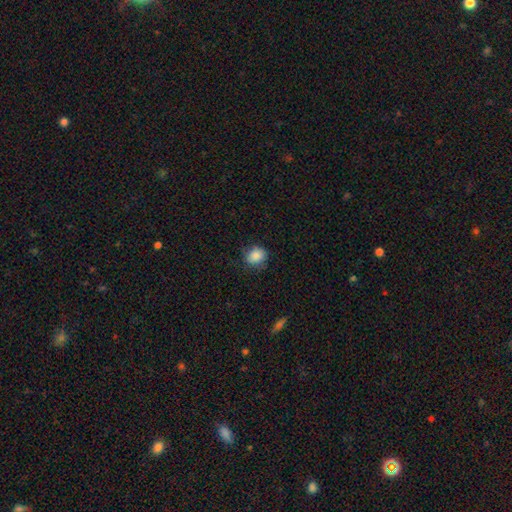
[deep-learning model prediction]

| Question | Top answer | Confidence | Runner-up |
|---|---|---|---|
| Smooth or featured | smooth | 87% | star or artifact (9%) |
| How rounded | round | 69% | in between (30%) |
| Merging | none | 74% | minor disturbance (20%) |